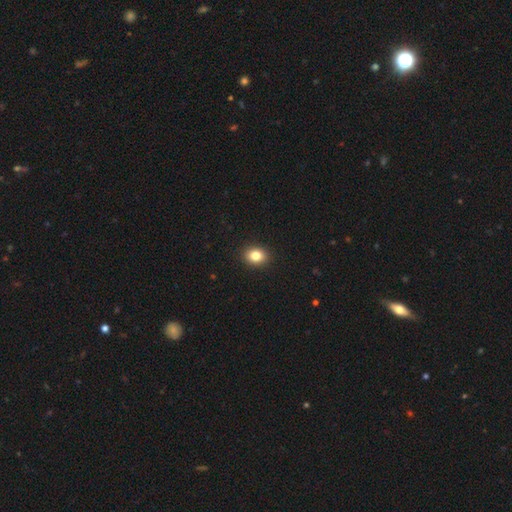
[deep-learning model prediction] Smooth or featured? Predicted: smooth (p=0.84). How rounded? Predicted: in between (p=0.51). Merging? Predicted: none (p=0.92).